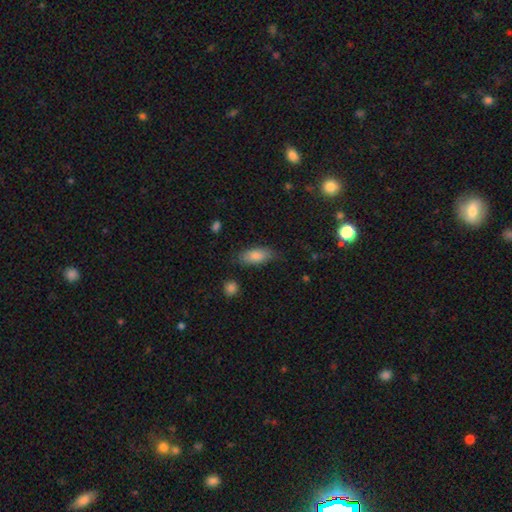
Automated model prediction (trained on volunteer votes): This appears to be a smooth galaxy with no disk features (80%) that is in between round and cigar-shaped (83%). Merging: none (76%).